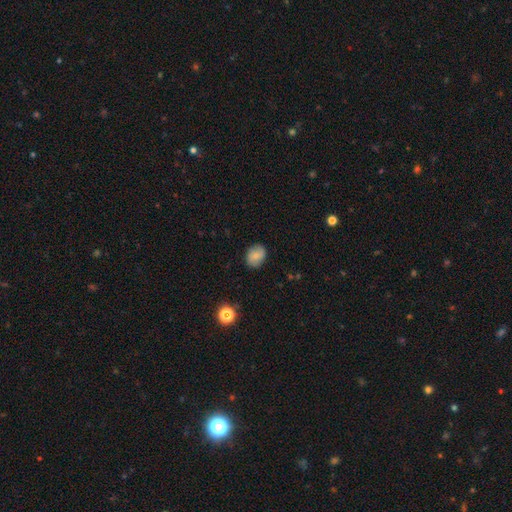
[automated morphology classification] smooth-or-featured: smooth: 74% | featured or disk: 16% | star or artifact: 9%
  how-rounded: in between: 57% | round: 41% | cigar-shaped: 1%
  merging: none: 84% | minor disturbance: 12% | major disturbance: 3% | merger: 1%